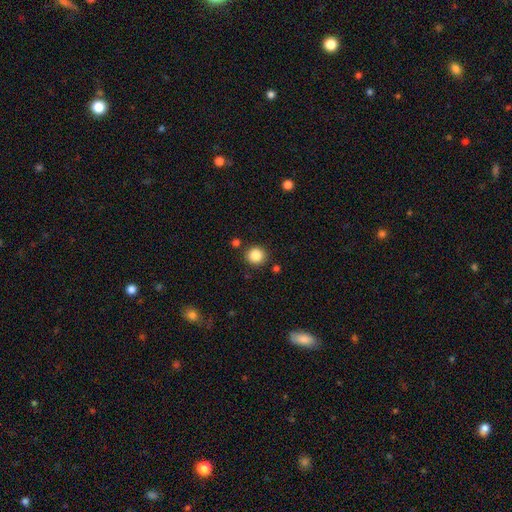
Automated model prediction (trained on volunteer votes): Smooth or featured? smooth (86%)
How rounded? round (91%)
Merging? none (87%)